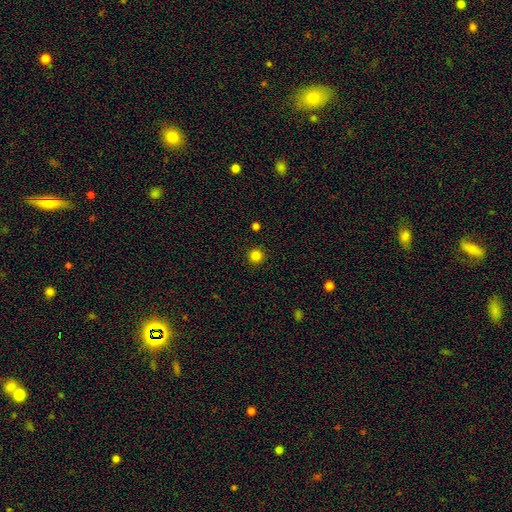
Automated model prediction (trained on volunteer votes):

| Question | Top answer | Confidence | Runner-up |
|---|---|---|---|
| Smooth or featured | smooth | 83% | star or artifact (13%) |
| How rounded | round | 95% | in between (4%) |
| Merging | none | 92% | minor disturbance (5%) |